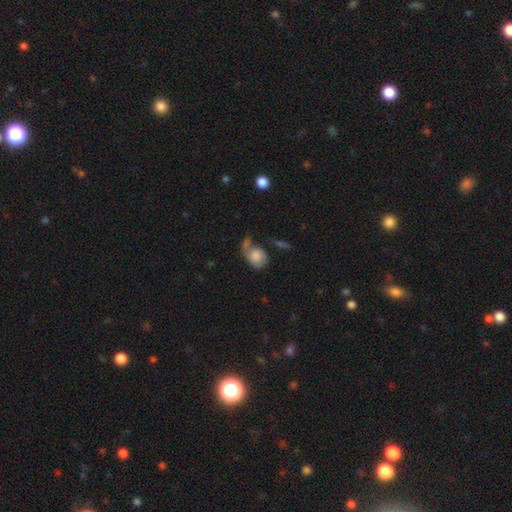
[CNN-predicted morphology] smooth-or-featured: smooth: 66% | featured or disk: 26% | star or artifact: 8%
  how-rounded: in between: 56% | round: 42% | cigar-shaped: 2%
  merging: none: 31% | major disturbance: 29% | merger: 20% | minor disturbance: 20%